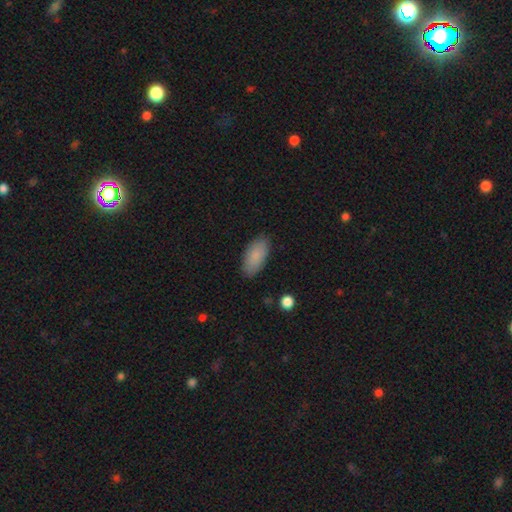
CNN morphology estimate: This is clearly a smooth galaxy (88%). How rounded: clearly in between (90%). Merging: clearly none (87%).